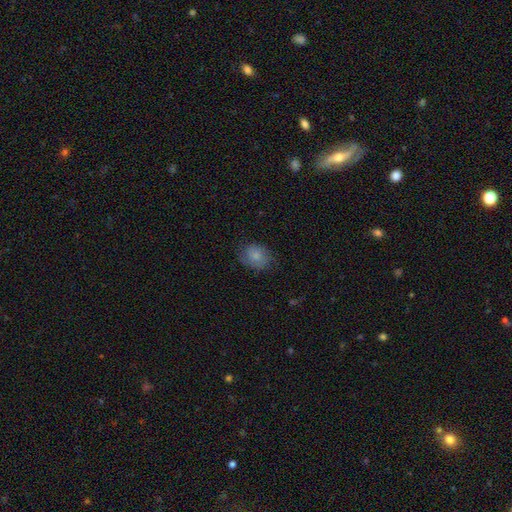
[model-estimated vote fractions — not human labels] Smooth or featured: smooth — 77% (featured or disk — 15%)
How rounded: in between — 51% (round — 48%)
Merging: none — 69% (minor disturbance — 22%)